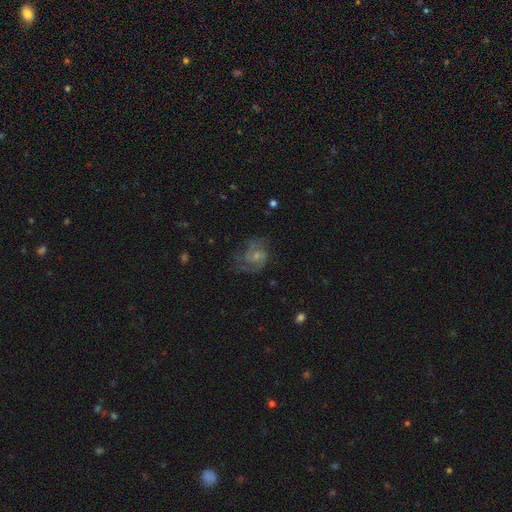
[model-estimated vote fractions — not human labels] This appears to be a featured or disk galaxy (72%) with no bar (66%), 2 (58%) medium (51%) spiral arms (90%) and a small central bulge (59%). Merging: none (53%).